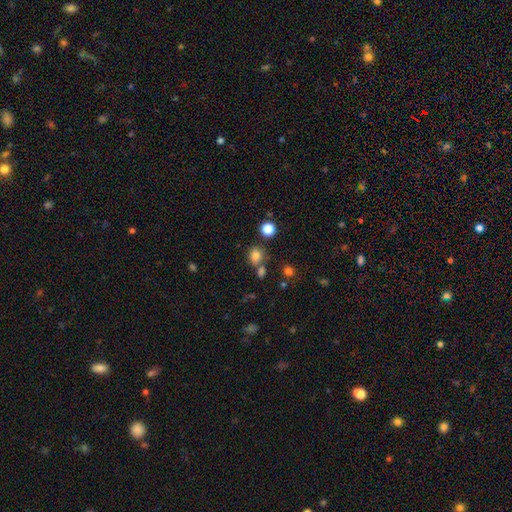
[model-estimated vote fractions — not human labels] Smooth or featured? smooth (79%)
How rounded? round (61%)
Merging? none (62%)